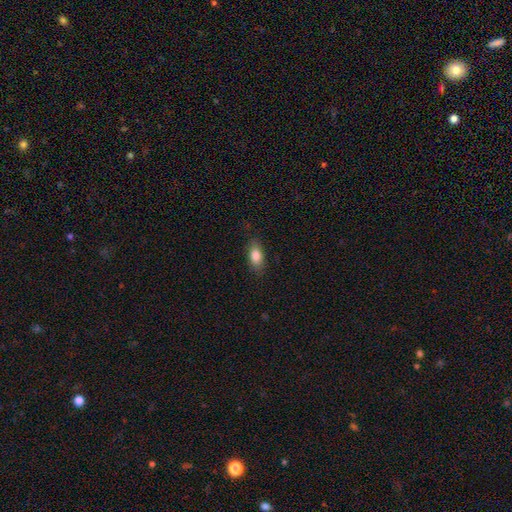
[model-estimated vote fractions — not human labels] Smooth or featured? smooth (82%)
How rounded? in between (85%)
Merging? none (83%)